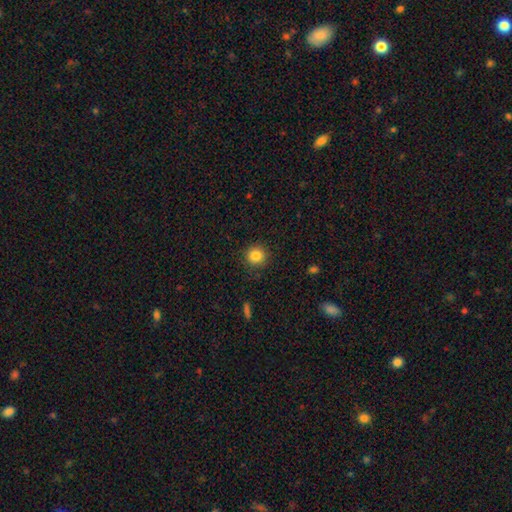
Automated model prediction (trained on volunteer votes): This appears to be a smooth galaxy with no disk features (84%) that is round (94%). Merging: none (90%).